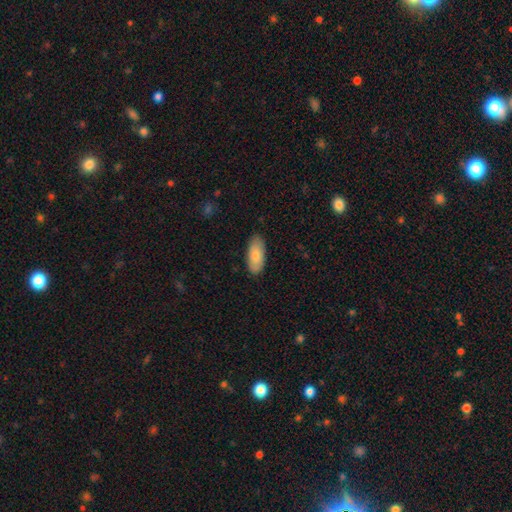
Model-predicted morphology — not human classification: Smooth or featured: smooth — 83% (featured or disk — 11%)
How rounded: in between — 89% (cigar-shaped — 9%)
Merging: none — 85% (minor disturbance — 12%)